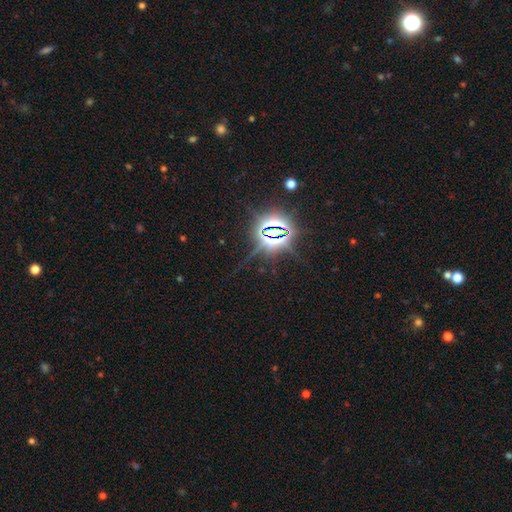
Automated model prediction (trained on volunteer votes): This is clearly a star or artifact rather than a galaxy (83%).